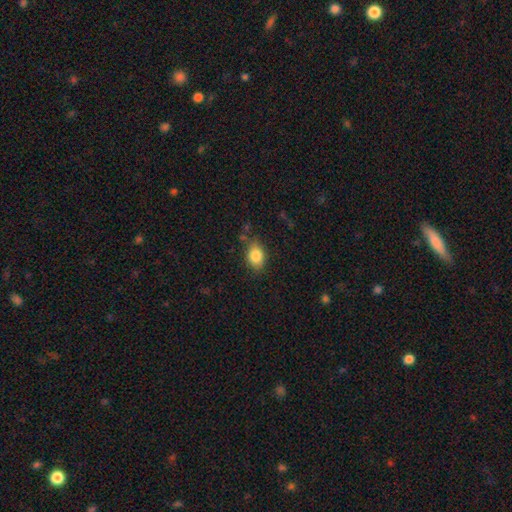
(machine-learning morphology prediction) type=smooth (84%); roundness=in between (72%); merging=none (75%).